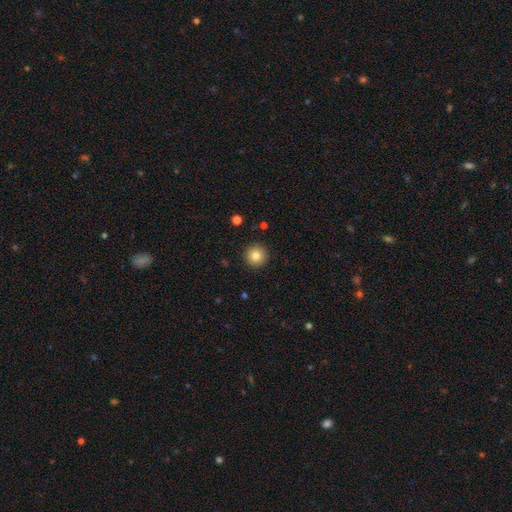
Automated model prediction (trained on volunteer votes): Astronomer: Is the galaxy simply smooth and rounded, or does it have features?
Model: smooth — 83%.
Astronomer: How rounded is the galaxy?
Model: round — 96%.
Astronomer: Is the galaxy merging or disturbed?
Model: none — 92%.